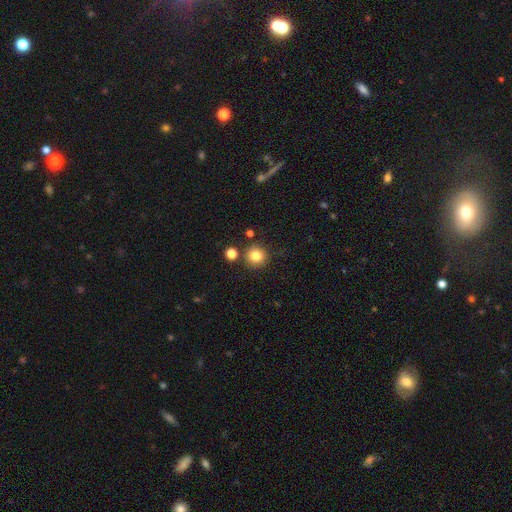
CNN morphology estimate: A smooth galaxy with no disk features (81%) that is round (93%).

Vote fractions:
- Smooth or featured? smooth: 81% / star or artifact: 12% / featured or disk: 7%
- How rounded? round: 93% / in between: 6% / cigar-shaped: 1%
- Merging? none: 84% / minor disturbance: 7% / merger: 6% / major disturbance: 2%